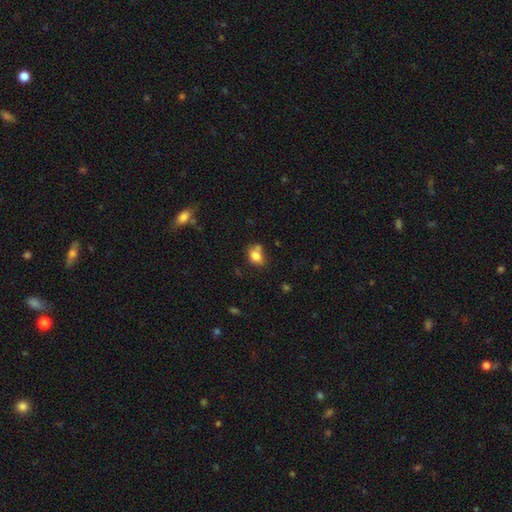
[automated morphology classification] Smooth or featured: smooth — 78% (featured or disk — 12%)
How rounded: in between — 61% (round — 37%)
Merging: none — 49% (minor disturbance — 22%)